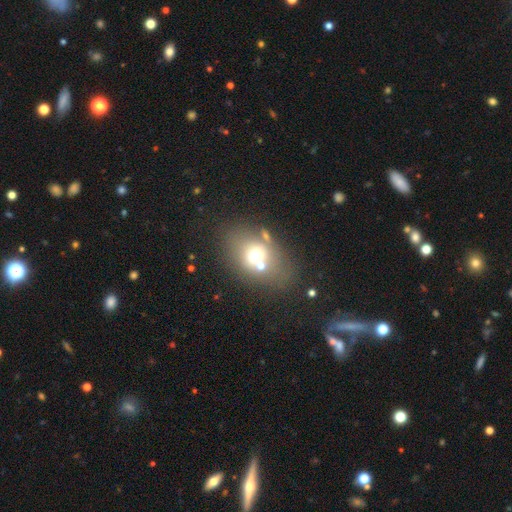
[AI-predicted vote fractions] Smooth or featured? Predicted: smooth (p=0.62). How rounded? Predicted: in between (p=0.63). Merging? Predicted: none (p=0.55).